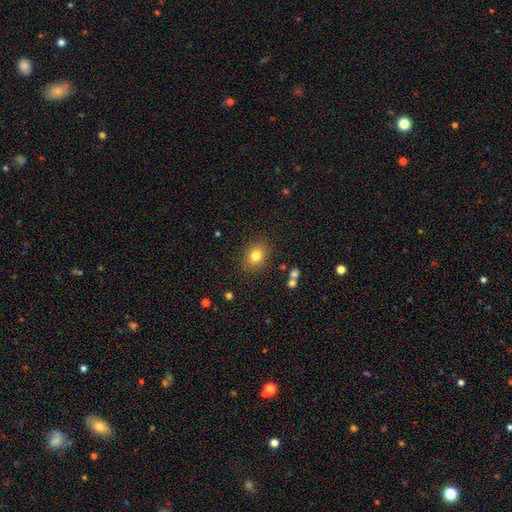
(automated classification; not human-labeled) Smooth or featured: smooth — 80% (star or artifact — 11%)
How rounded: round — 57% (in between — 42%)
Merging: none — 86% (minor disturbance — 10%)